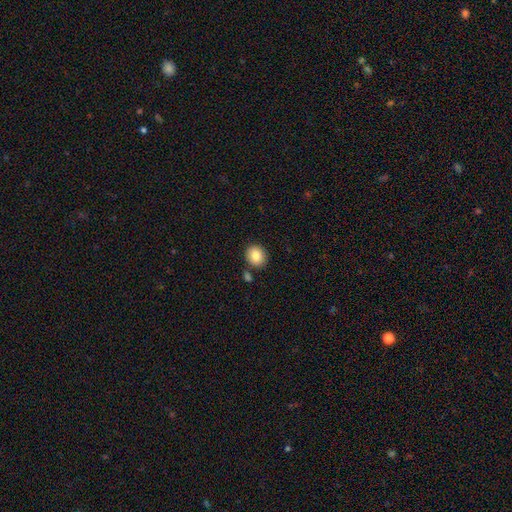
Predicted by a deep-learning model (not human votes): smooth-or-featured: smooth: 84% | star or artifact: 9% | featured or disk: 7%
  how-rounded: round: 75% | in between: 24% | cigar-shaped: 1%
  merging: none: 83% | minor disturbance: 9% | merger: 6% | major disturbance: 2%